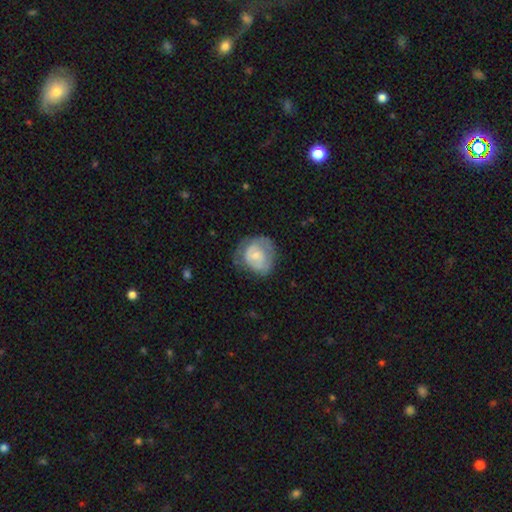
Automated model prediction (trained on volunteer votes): A smooth galaxy with no disk features (49%).

Vote fractions:
- Smooth or featured? smooth: 49% / featured or disk: 44% / star or artifact: 7%
- Merging? none: 49% / minor disturbance: 30% / major disturbance: 19% / merger: 2%